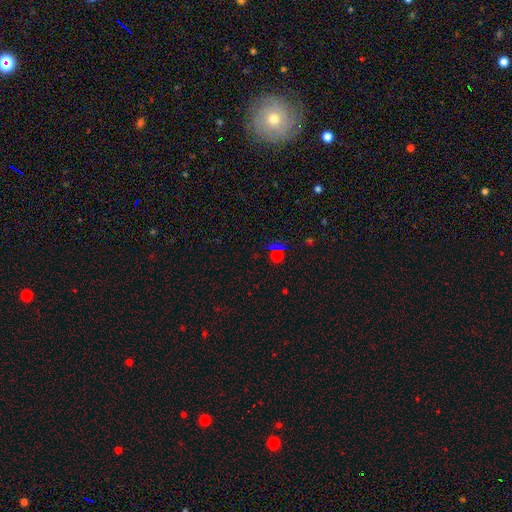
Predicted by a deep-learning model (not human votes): Overall: star or artifact (56%; smooth 37%).